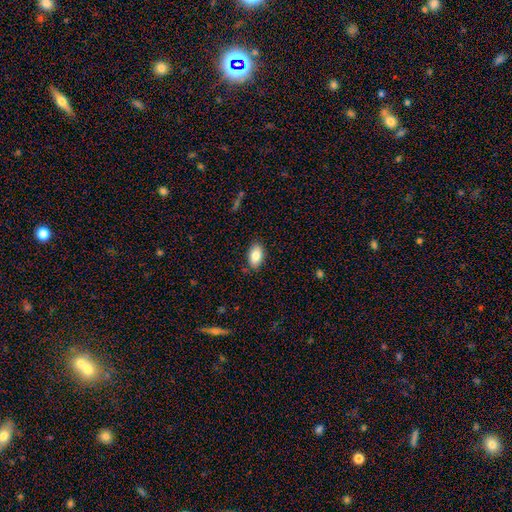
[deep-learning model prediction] Smooth or featured: smooth — 84% (featured or disk — 8%)
How rounded: in between — 93% (round — 5%)
Merging: none — 84% (minor disturbance — 12%)